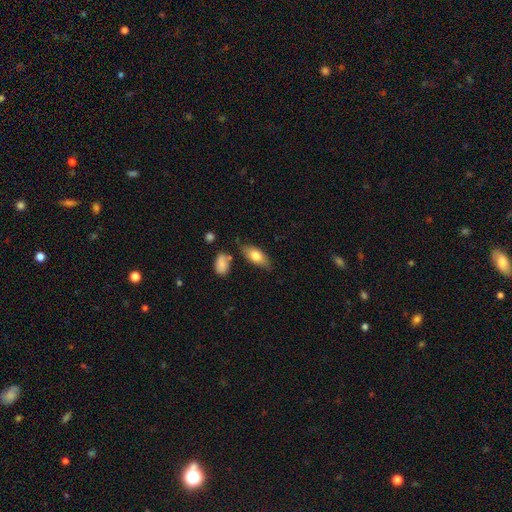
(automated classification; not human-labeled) A smooth galaxy with no disk features (76%) that is in between round and cigar-shaped (85%).

Vote fractions:
- Smooth or featured? smooth: 76% / featured or disk: 17% / star or artifact: 6%
- How rounded? in between: 85% / cigar-shaped: 12% / round: 3%
- Merging? none: 74% / minor disturbance: 18% / merger: 4% / major disturbance: 4%